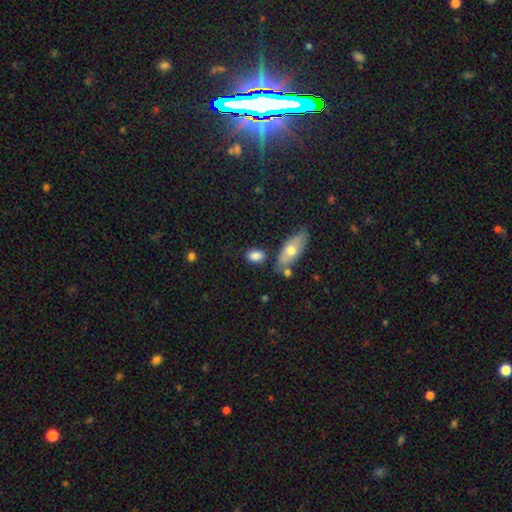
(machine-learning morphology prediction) A smooth galaxy with no disk features (82%) that is in between round and cigar-shaped (83%).

Vote fractions:
- Smooth or featured? smooth: 82% / featured or disk: 10% / star or artifact: 8%
- How rounded? in between: 83% / round: 13% / cigar-shaped: 4%
- Merging? none: 66% / minor disturbance: 18% / merger: 10% / major disturbance: 5%